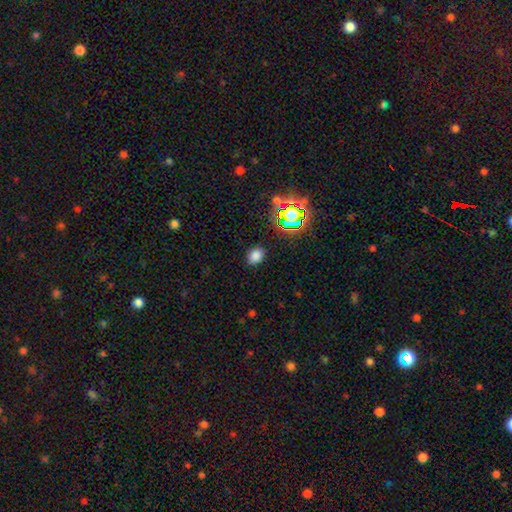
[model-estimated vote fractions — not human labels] Morphology: type=smooth (74%); roundness=in between (56%); merging=none (87%).